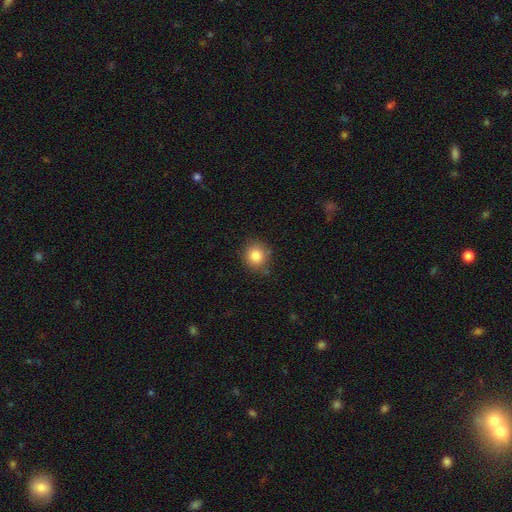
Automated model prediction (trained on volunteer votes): Q: Smooth or featured?
A: smooth (84%); runner-up: star or artifact (10%)
Q: How rounded?
A: round (87%); runner-up: in between (12%)
Q: Merging?
A: none (82%); runner-up: minor disturbance (14%)